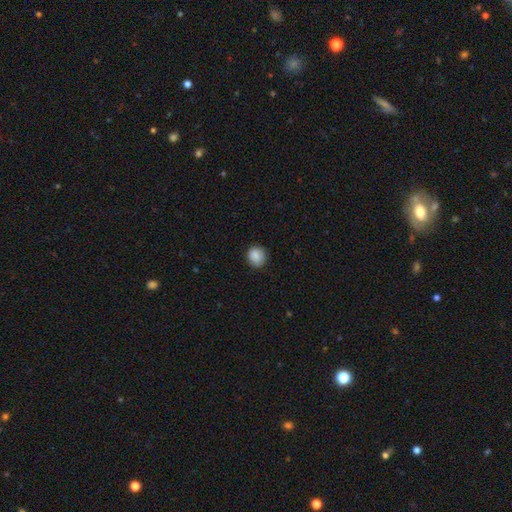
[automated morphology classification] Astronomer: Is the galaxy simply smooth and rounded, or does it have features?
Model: smooth — 87%.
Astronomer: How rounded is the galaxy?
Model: round — 82%.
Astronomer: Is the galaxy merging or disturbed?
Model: none — 85%.